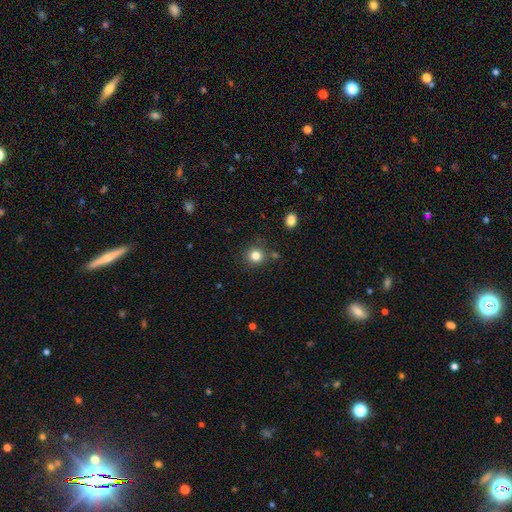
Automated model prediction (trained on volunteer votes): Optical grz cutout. It shows a smooth galaxy with no disk features (82%) that is round (90%). Merging: none (83%).